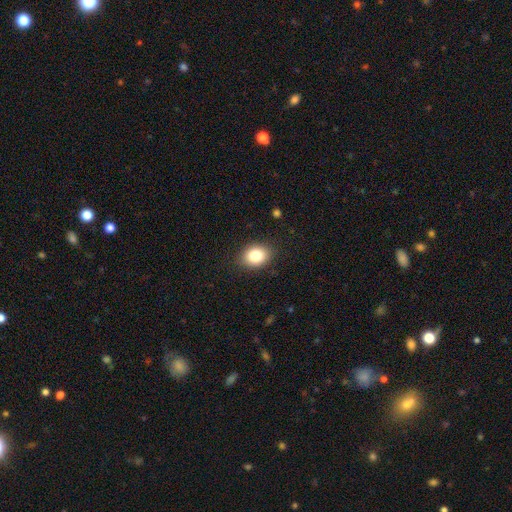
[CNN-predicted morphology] This is clearly a smooth galaxy (83%). How rounded: likely in between (61%). Merging: clearly none (87%).